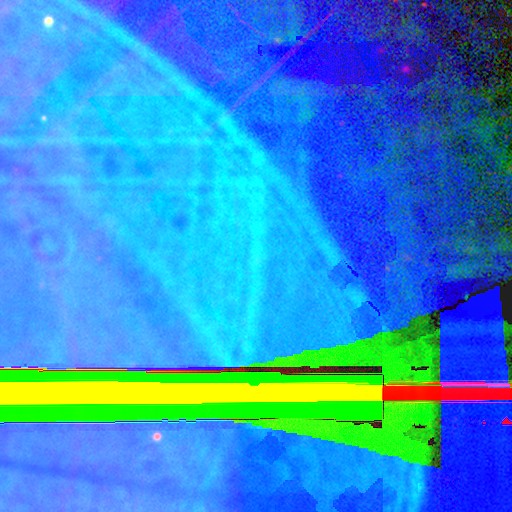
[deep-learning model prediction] Smooth or featured? Predicted: star or artifact (p=0.86).